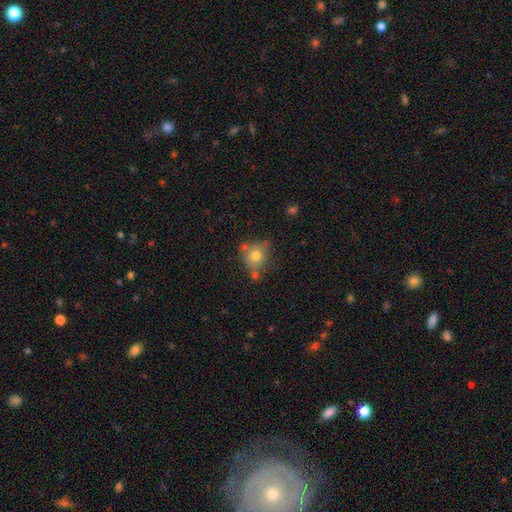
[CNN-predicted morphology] smooth_or_featured: smooth (p=0.73) [alt: featured or disk p=0.16]
how_rounded: round (p=0.74) [alt: in between p=0.25]
merging: none (p=0.55) [alt: minor disturbance p=0.21]